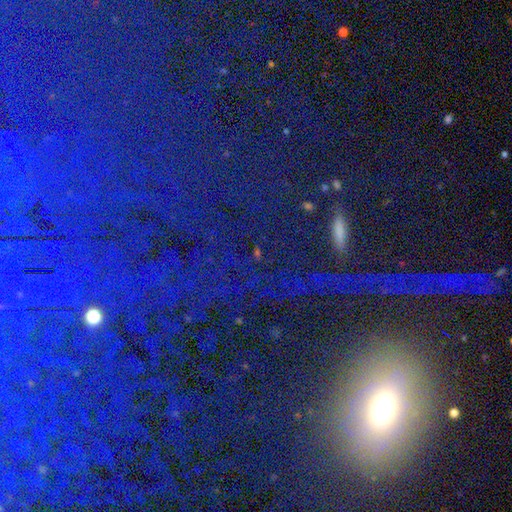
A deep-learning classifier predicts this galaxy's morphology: Smooth or featured?
  - star or artifact: 66% *
  - smooth: 20%
  - featured or disk: 13%